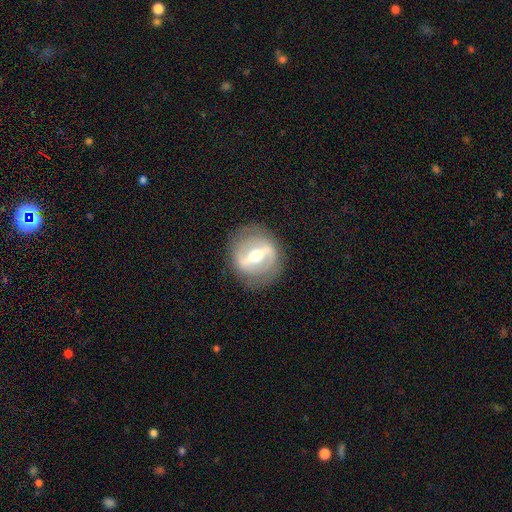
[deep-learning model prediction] Smooth or featured?
  - featured or disk: 80% *
  - smooth: 15%
  - star or artifact: 6%
Edge-on disk?
  - no: 84% *
  - yes: 16%
Bar?
  - strong: 78% *
  - weak: 17%
  - no: 5%
Spiral arms?
  - no: 55% *
  - yes: 45%
Bulge size?
  - moderate: 70% *
  - small: 15%
  - large: 13%
  - dominant: 1%
  - none: 1%
Merging?
  - none: 81% *
  - minor disturbance: 12%
  - major disturbance: 6%
  - merger: 1%